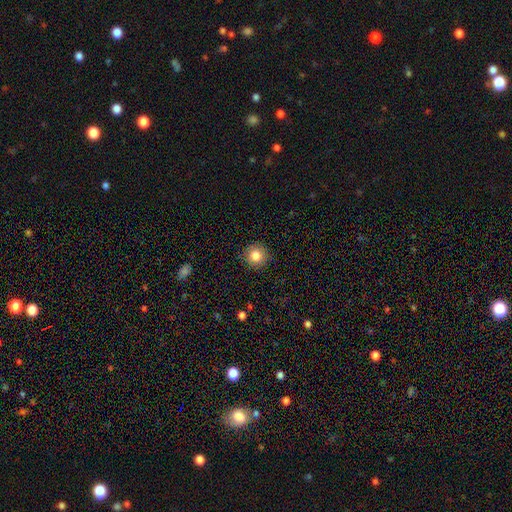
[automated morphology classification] Smooth or featured?
  - smooth: 83% *
  - star or artifact: 10%
  - featured or disk: 7%
How rounded?
  - round: 94% *
  - in between: 5%
  - cigar-shaped: 1%
Merging?
  - none: 90% *
  - minor disturbance: 7%
  - major disturbance: 2%
  - merger: 1%